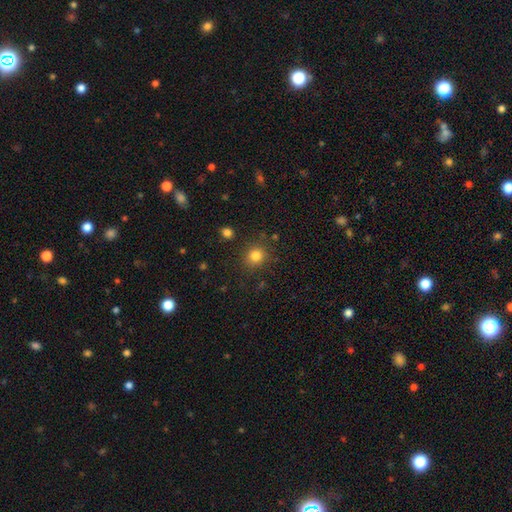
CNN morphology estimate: smooth-or-featured: smooth: 82% | star or artifact: 12% | featured or disk: 6%
  how-rounded: round: 87% | in between: 12% | cigar-shaped: 1%
  merging: none: 84% | minor disturbance: 9% | major disturbance: 3% | merger: 3%